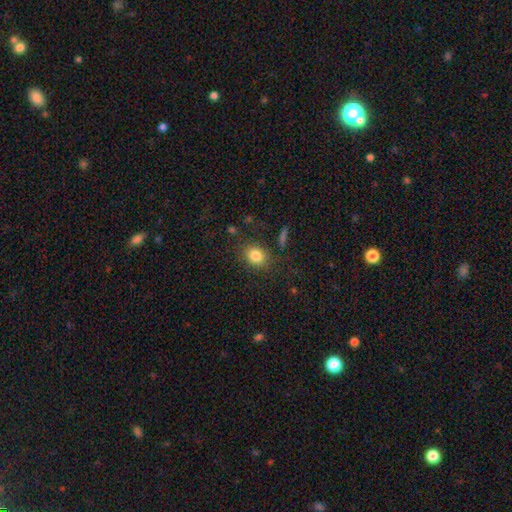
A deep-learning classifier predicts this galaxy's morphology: A smooth galaxy with no disk features (83%) that is round (60%).

Vote fractions:
- Smooth or featured? smooth: 83% / star or artifact: 10% / featured or disk: 7%
- How rounded? round: 60% / in between: 39% / cigar-shaped: 1%
- Merging? none: 83% / minor disturbance: 11% / major disturbance: 4% / merger: 2%